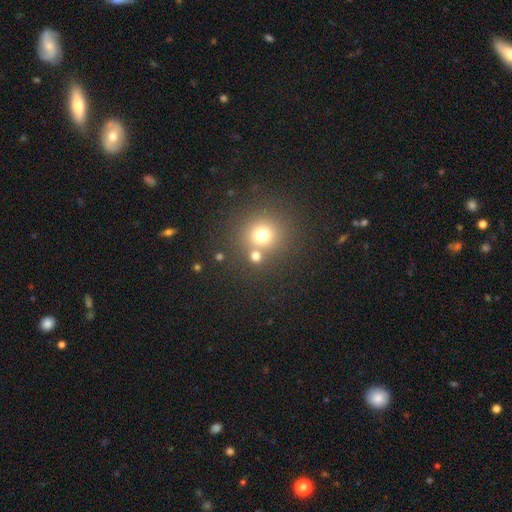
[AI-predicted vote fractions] Smooth or featured: smooth — 71% (star or artifact — 19%)
How rounded: round — 89% (in between — 10%)
Merging: none — 65% (merger — 24%)